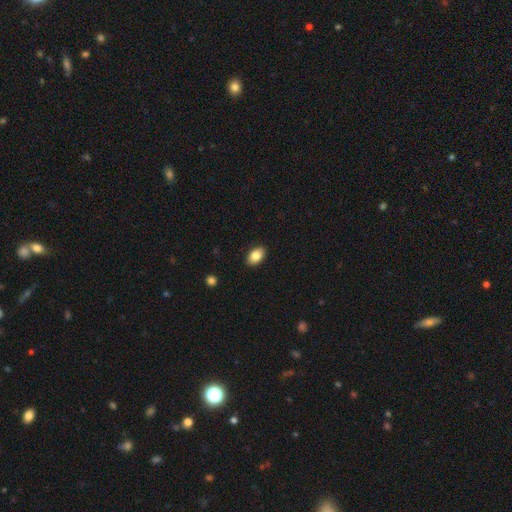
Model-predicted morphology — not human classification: type=smooth (84%); roundness=in between (89%); merging=none (89%).